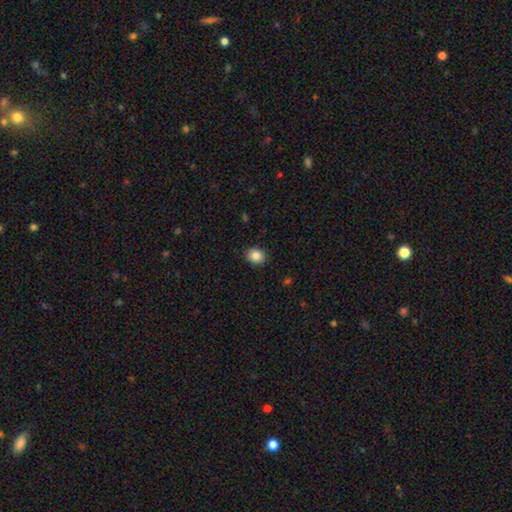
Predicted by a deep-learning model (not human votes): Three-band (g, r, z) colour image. It shows a smooth galaxy with no disk features (86%) that is round (57%). Merging: none (90%).